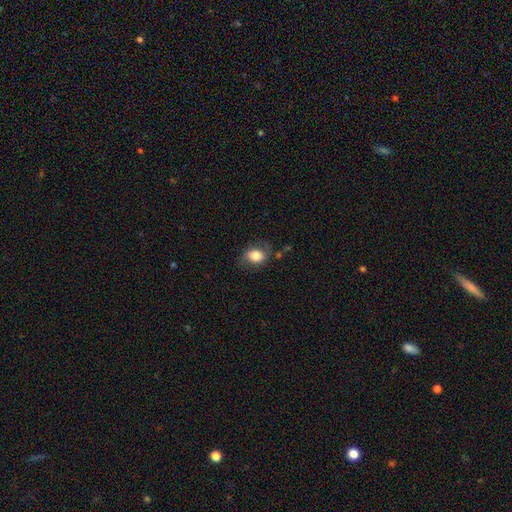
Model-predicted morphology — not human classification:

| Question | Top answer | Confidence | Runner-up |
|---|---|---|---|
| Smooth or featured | smooth | 74% | featured or disk (18%) |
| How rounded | in between | 61% | round (38%) |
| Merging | none | 61% | minor disturbance (25%) |